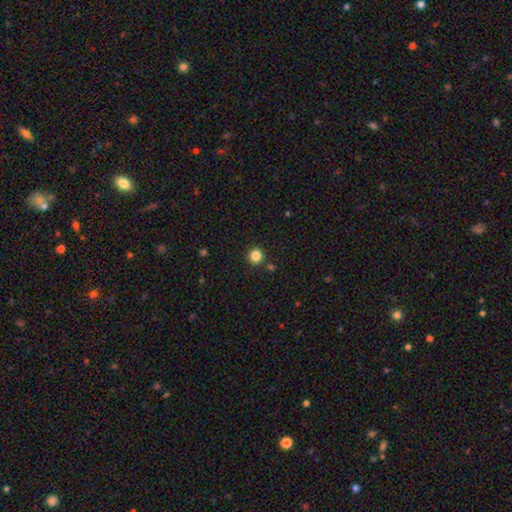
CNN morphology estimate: A smooth galaxy with no disk features (84%) that is round (95%).

Vote fractions:
- Smooth or featured? smooth: 84% / star or artifact: 12% / featured or disk: 4%
- How rounded? round: 95% / in between: 4% / cigar-shaped: 1%
- Merging? none: 89% / minor disturbance: 5% / merger: 3% / major disturbance: 2%